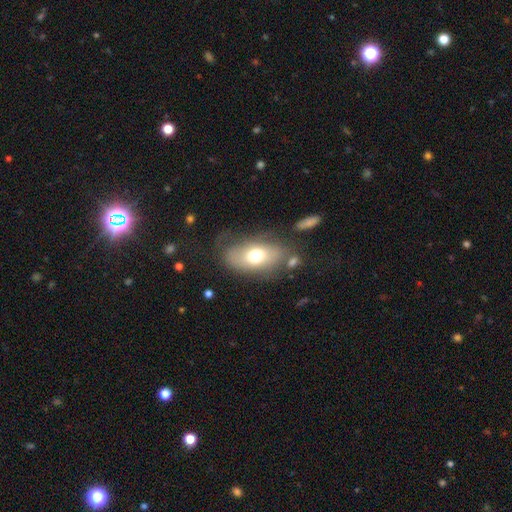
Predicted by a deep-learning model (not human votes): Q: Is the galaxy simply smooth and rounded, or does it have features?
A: smooth — 63%.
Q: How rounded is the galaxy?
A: in between — 87%.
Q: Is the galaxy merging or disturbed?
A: none — 58%.